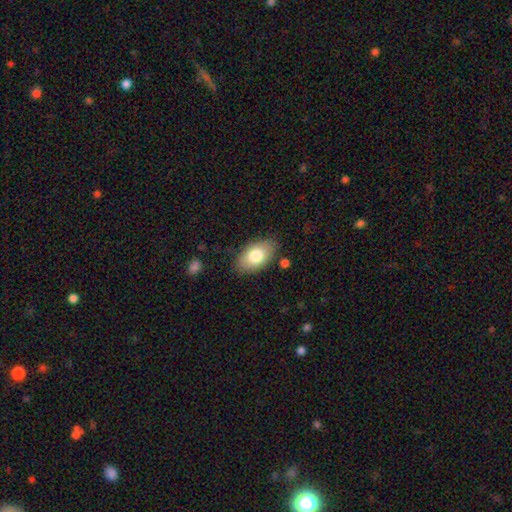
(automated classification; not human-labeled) This is likely a smooth galaxy (79%). How rounded: clearly in between (93%). Merging: clearly none (82%).